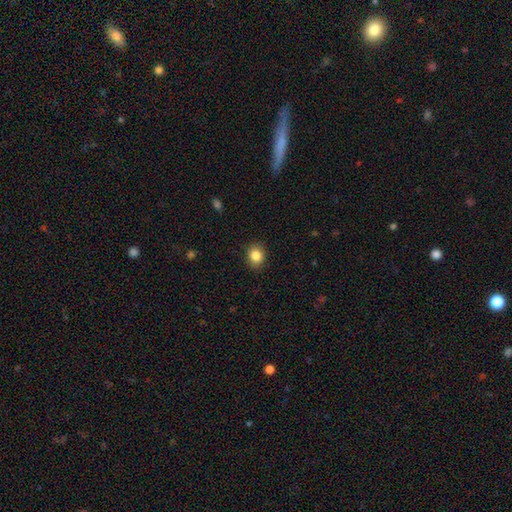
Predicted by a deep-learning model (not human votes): smooth_or_featured: smooth (p=0.85) [alt: star or artifact p=0.09]
how_rounded: round (p=0.60) [alt: in between p=0.39]
merging: none (p=0.89) [alt: minor disturbance p=0.08]